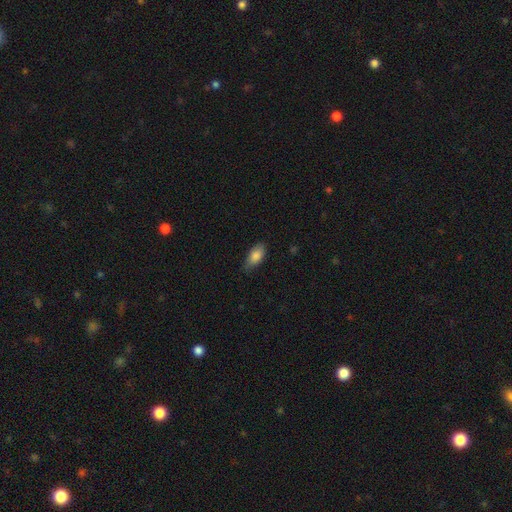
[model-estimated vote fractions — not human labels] Smooth or featured: smooth — 83% (featured or disk — 10%)
How rounded: in between — 89% (cigar-shaped — 8%)
Merging: none — 74% (minor disturbance — 22%)